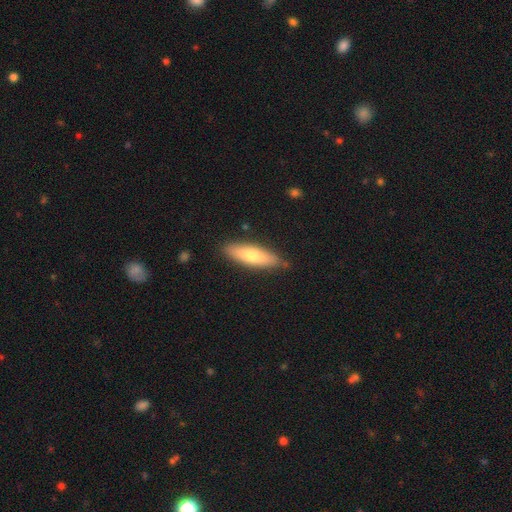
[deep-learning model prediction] This is likely a smooth galaxy (68%). How rounded: possibly cigar-shaped (54%). Merging: clearly none (85%).